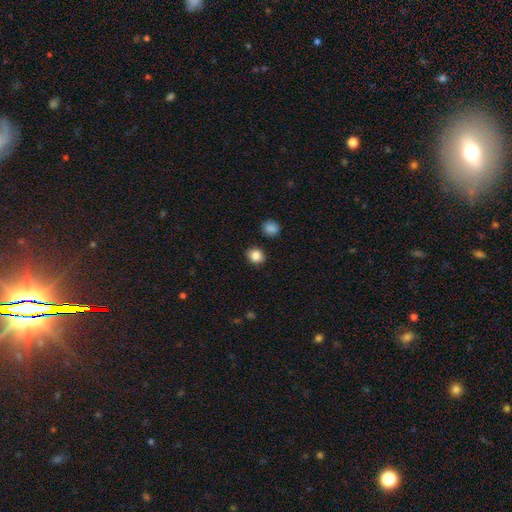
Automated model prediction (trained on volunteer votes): Smooth or featured? Predicted: smooth (p=0.86). How rounded? Predicted: round (p=0.63). Merging? Predicted: none (p=0.86).